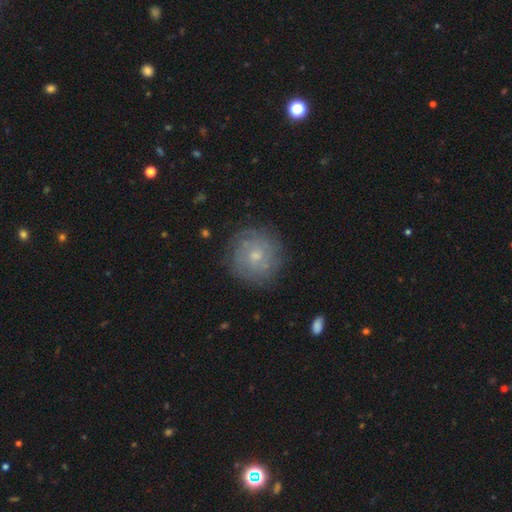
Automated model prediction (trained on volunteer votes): Smooth or featured? Predicted: smooth (p=0.46). Merging? Predicted: none (p=0.81).